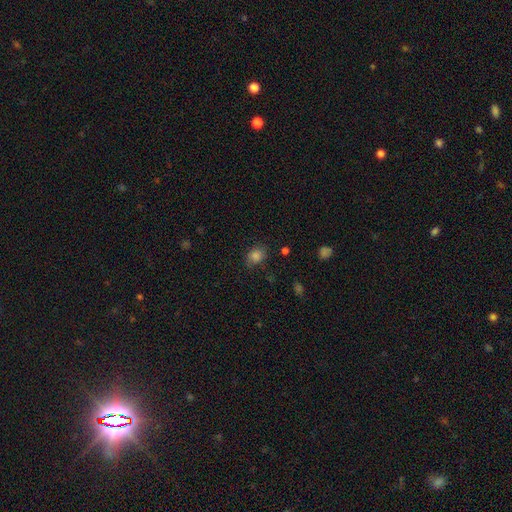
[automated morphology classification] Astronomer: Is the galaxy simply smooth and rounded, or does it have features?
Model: smooth — 82%.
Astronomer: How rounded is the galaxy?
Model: in between — 50% (runner-up: round, 49%).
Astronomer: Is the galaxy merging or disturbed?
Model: none — 79%.